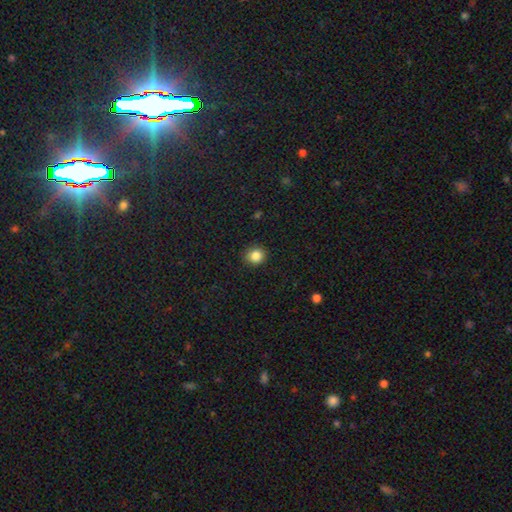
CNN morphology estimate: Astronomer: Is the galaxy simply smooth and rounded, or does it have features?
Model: smooth — 86%.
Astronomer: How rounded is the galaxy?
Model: round — 86%.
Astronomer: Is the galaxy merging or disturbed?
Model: none — 89%.